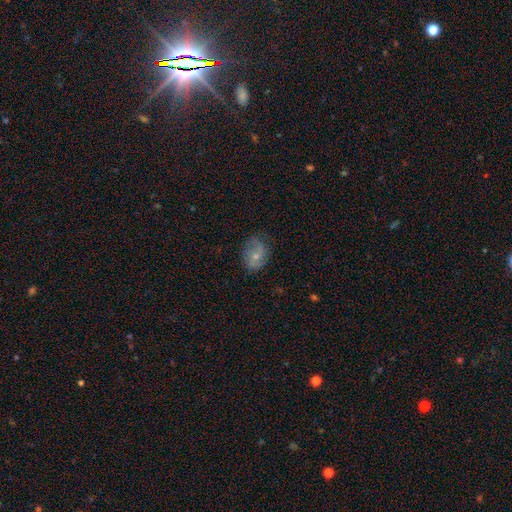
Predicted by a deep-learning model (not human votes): smooth_or_featured: smooth (p=0.53) [alt: featured or disk p=0.39]
how_rounded: in between (p=0.71) [alt: round p=0.28]
merging: none (p=0.61) [alt: minor disturbance p=0.27]